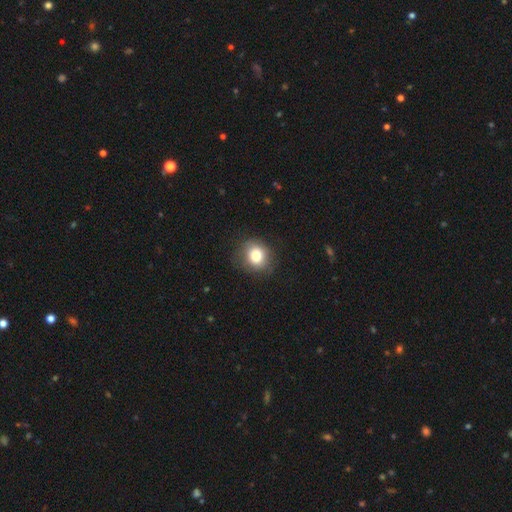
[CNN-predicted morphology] Smooth or featured? smooth (81%)
How rounded? round (76%)
Merging? none (81%)